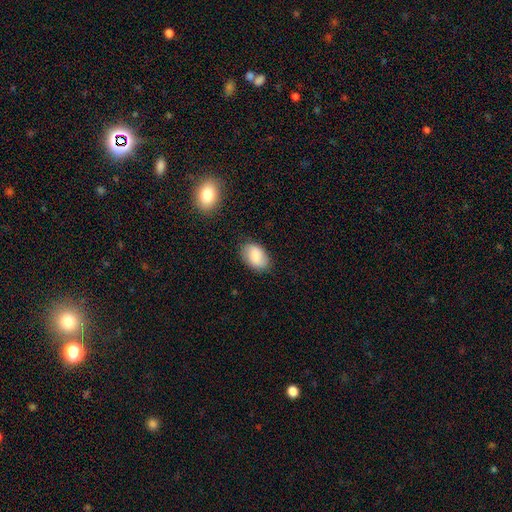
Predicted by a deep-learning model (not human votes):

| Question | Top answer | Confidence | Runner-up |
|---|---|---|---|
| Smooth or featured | smooth | 83% | featured or disk (10%) |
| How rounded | in between | 87% | round (12%) |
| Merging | none | 81% | minor disturbance (14%) |